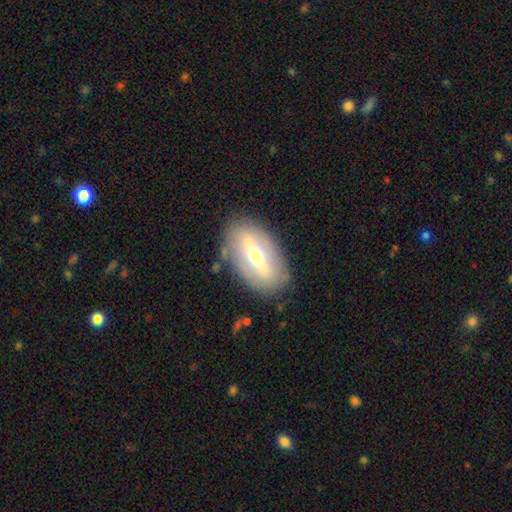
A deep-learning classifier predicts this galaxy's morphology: smooth_or_featured: featured or disk (p=0.55) [alt: smooth p=0.37]
disk_edge_on: no (p=0.77) [alt: yes p=0.23]
merging: none (p=0.84) [alt: minor disturbance p=0.11]